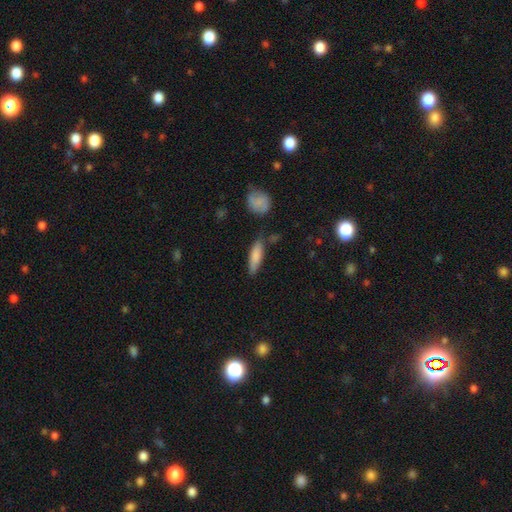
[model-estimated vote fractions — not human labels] Smooth or featured?
  - smooth: 79% *
  - featured or disk: 14%
  - star or artifact: 7%
How rounded?
  - cigar-shaped: 56% *
  - in between: 42%
  - round: 2%
Merging?
  - none: 70% *
  - minor disturbance: 18%
  - merger: 8%
  - major disturbance: 4%